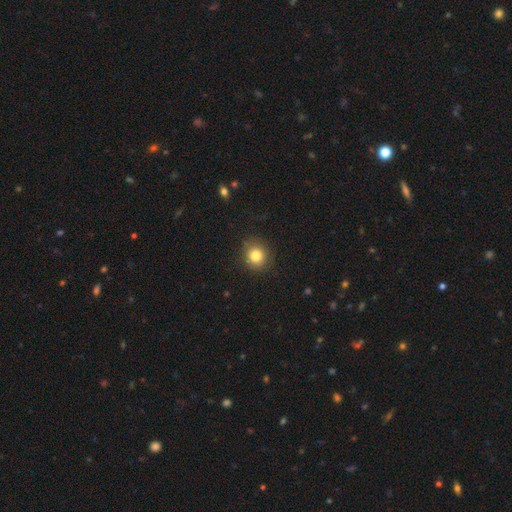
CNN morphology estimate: This appears to be a smooth galaxy with no disk features (83%) that is round (87%). Merging: none (86%).